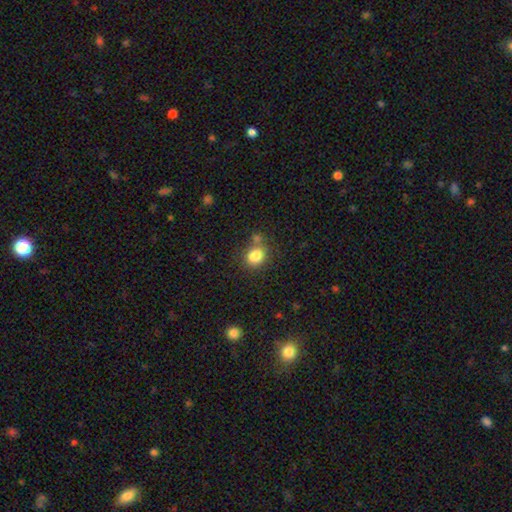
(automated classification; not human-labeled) Overall: smooth (83%). How rounded: round (65%; in between 34%). Merging: none (66%).